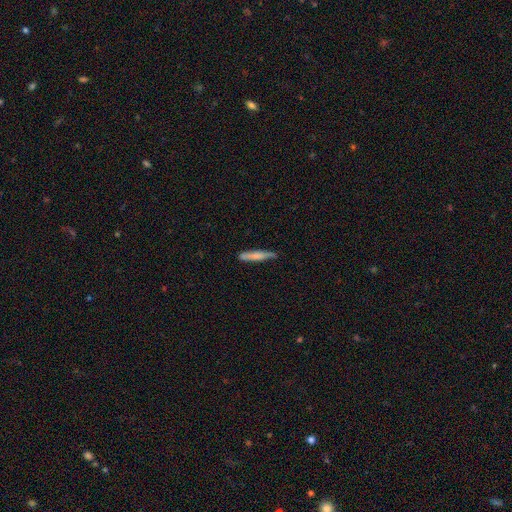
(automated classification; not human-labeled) smooth-or-featured: smooth: 71% | featured or disk: 24% | star or artifact: 6%
  how-rounded: cigar-shaped: 92% | in between: 7% | round: 1%
  merging: none: 76% | minor disturbance: 19% | major disturbance: 3% | merger: 2%